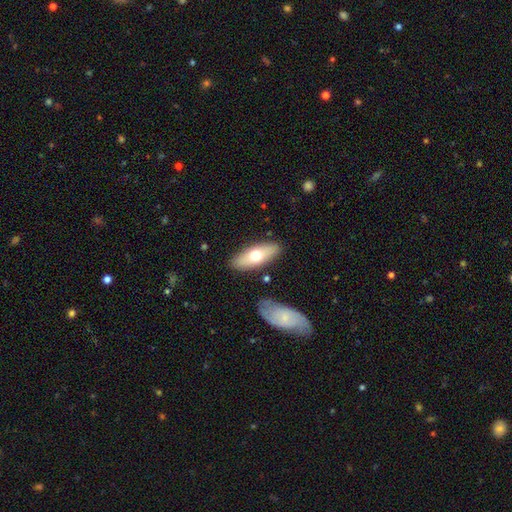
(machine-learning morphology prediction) This appears to be a smooth galaxy with no disk features (62%) that is in between round and cigar-shaped (71%). Merging: none (83%).